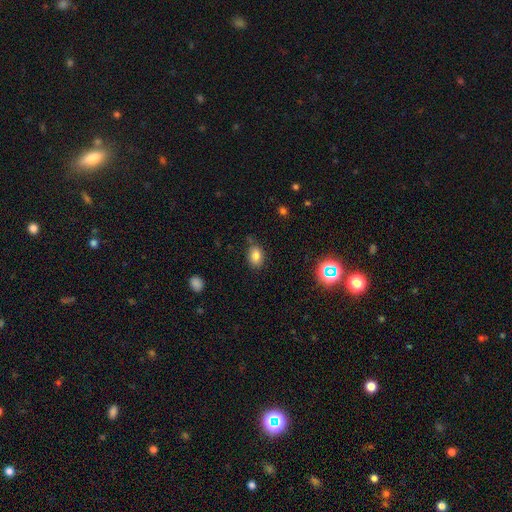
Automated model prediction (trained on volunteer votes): Smooth or featured? Predicted: smooth (p=0.81). How rounded? Predicted: in between (p=0.75). Merging? Predicted: none (p=0.77).